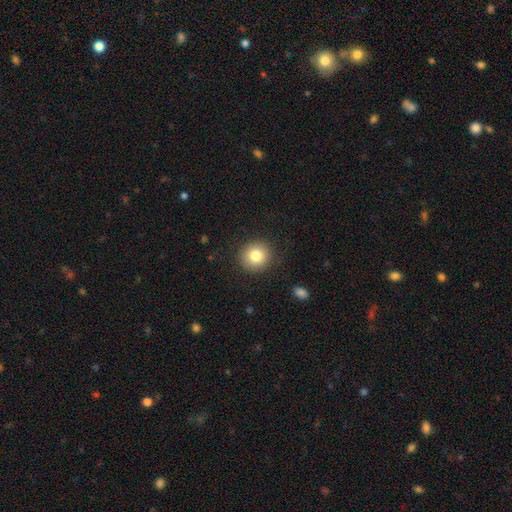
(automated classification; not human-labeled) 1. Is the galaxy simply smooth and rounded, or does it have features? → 82% smooth, 10% star or artifact, 9% featured or disk.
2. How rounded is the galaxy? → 91% round, 8% in between, 1% cigar-shaped.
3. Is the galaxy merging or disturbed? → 90% none, 7% minor disturbance, 2% major disturbance, 1% merger.